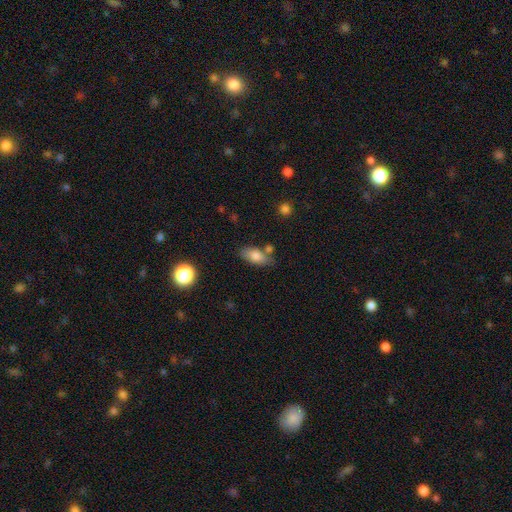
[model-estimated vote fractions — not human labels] This appears to be a smooth galaxy with no disk features (80%) that is in between round and cigar-shaped (88%). Merging: none (69%).